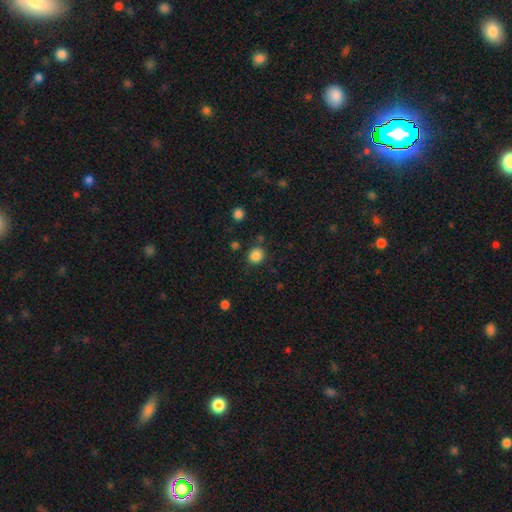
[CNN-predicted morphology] smooth-or-featured: smooth: 85% | star or artifact: 11% | featured or disk: 4%
  how-rounded: round: 84% | in between: 15% | cigar-shaped: 1%
  merging: none: 83% | minor disturbance: 10% | merger: 4% | major disturbance: 3%